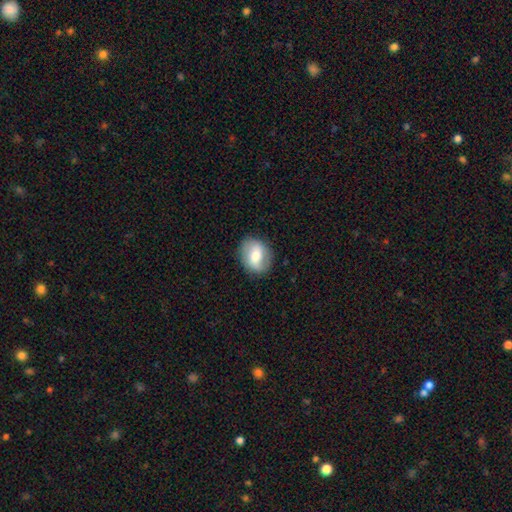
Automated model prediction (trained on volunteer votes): A smooth galaxy with no disk features (53%) that is round (51%).

Vote fractions:
- Smooth or featured? smooth: 53% / featured or disk: 40% / star or artifact: 7%
- How rounded? round: 51% / in between: 48% / cigar-shaped: 1%
- Merging? none: 84% / minor disturbance: 11% / major disturbance: 4% / merger: 1%